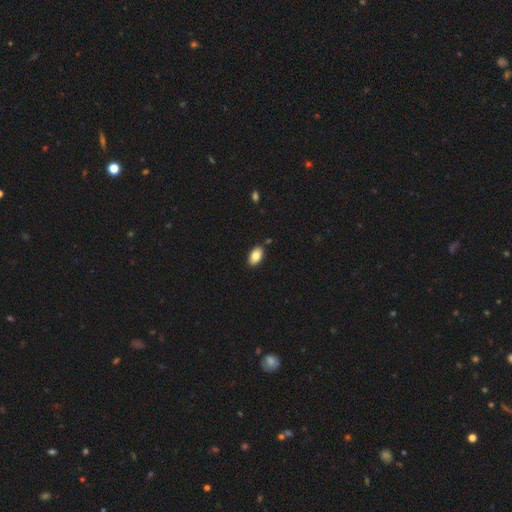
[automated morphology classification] Smooth or featured? Predicted: smooth (p=0.85). How rounded? Predicted: in between (p=0.94). Merging? Predicted: none (p=0.87).